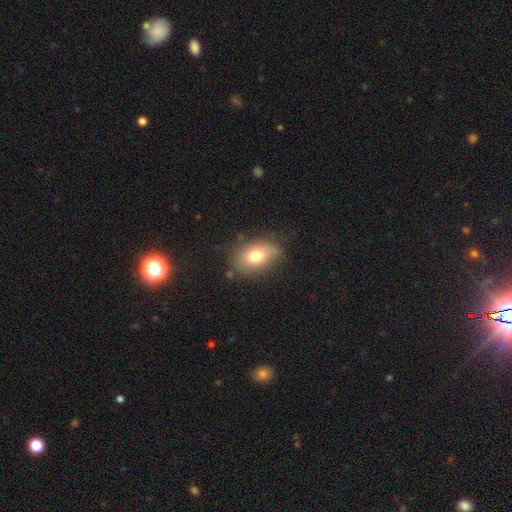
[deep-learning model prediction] Smooth or featured? smooth (75%)
How rounded? in between (82%)
Merging? none (74%)